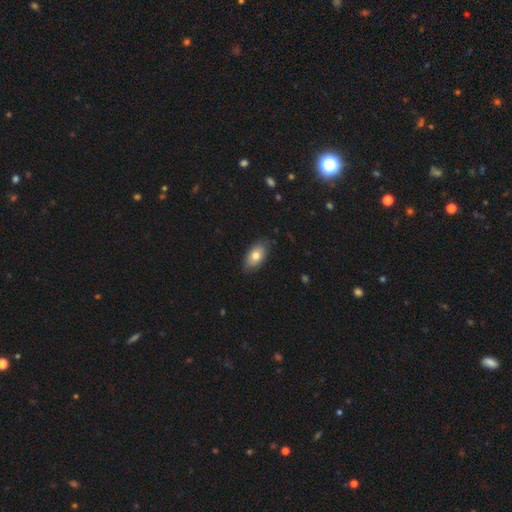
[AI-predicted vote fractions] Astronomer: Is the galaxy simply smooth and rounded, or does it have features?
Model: smooth — 76%.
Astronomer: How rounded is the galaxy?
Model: in between — 92%.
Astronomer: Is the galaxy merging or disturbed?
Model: none — 81%.